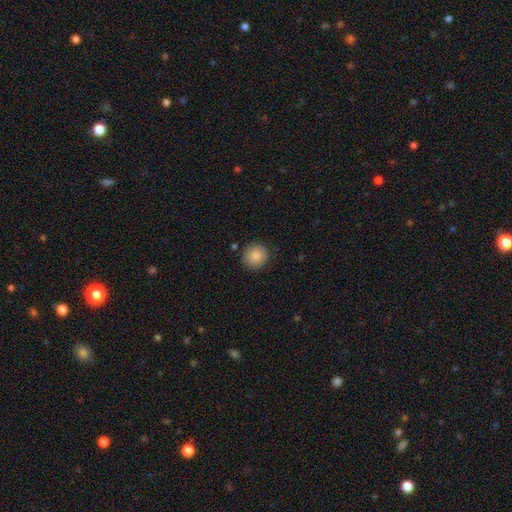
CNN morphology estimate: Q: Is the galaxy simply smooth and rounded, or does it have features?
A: smooth — 87%.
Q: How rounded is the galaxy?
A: round — 92%.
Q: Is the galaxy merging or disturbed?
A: none — 90%.